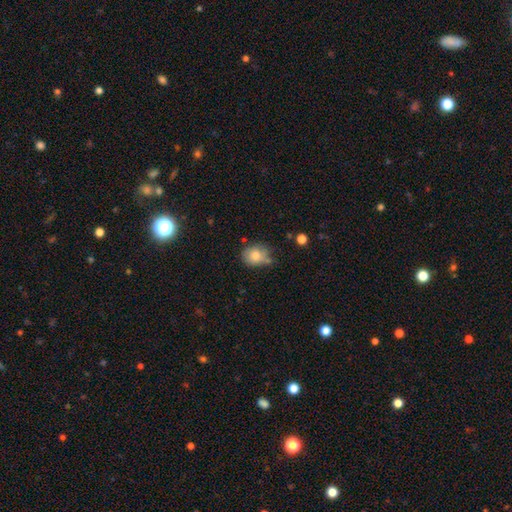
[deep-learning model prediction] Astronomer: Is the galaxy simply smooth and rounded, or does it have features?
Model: smooth — 79%.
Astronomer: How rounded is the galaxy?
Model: round — 56% (runner-up: in between, 43%).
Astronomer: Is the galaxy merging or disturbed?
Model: none — 55%.